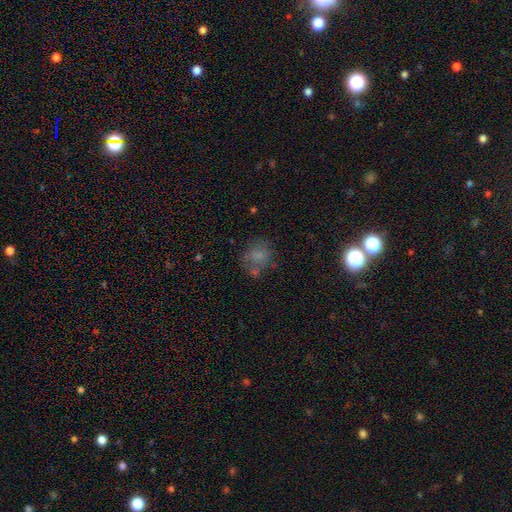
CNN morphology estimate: A smooth galaxy with no disk features (62%) that is round (67%). Merging: none (51%).